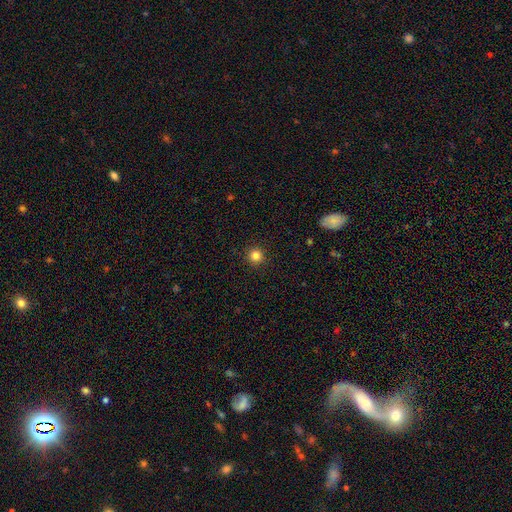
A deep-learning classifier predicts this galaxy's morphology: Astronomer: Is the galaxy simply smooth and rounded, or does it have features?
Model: smooth — 83%.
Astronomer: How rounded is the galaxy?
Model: round — 95%.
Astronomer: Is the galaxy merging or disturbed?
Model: none — 93%.